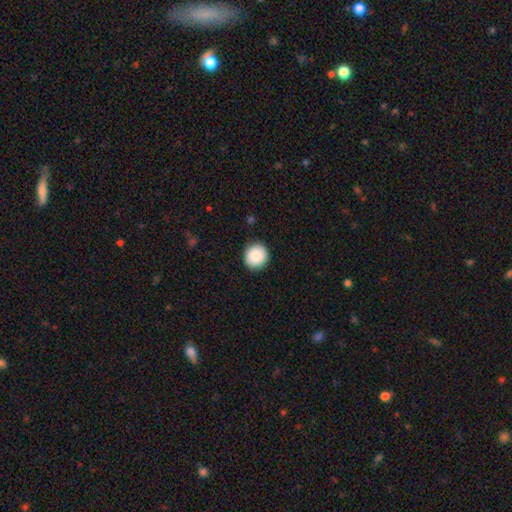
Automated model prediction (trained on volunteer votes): Smooth or featured? Predicted: smooth (p=0.86). How rounded? Predicted: round (p=0.88). Merging? Predicted: none (p=0.89).